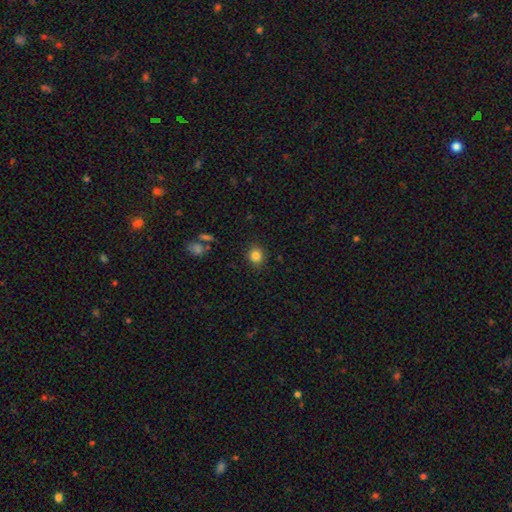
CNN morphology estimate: This is clearly a smooth galaxy (84%). How rounded: clearly round (81%). Merging: clearly none (87%).